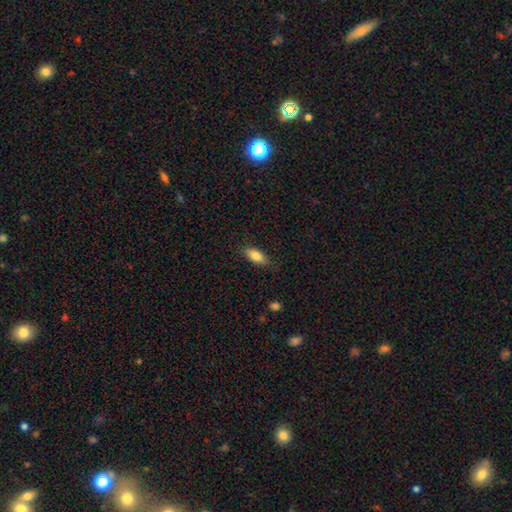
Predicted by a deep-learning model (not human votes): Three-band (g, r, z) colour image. It shows a smooth galaxy with no disk features (81%) that is in between round and cigar-shaped (80%). Merging: none (80%).